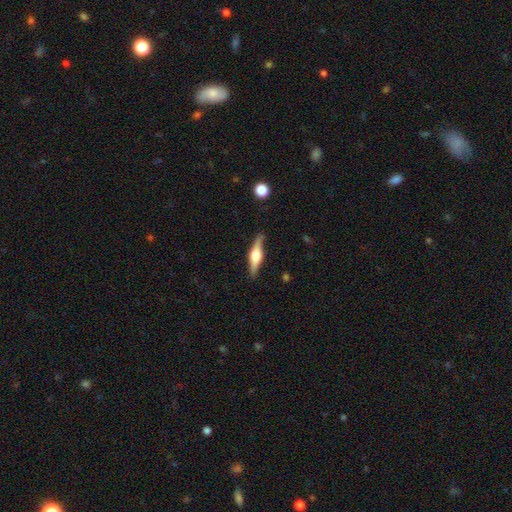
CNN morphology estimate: Overall: featured or disk (70%). Edge-on disk: yes (97%). Edge-on bulge: rounded (92%). Merging: none (85%).